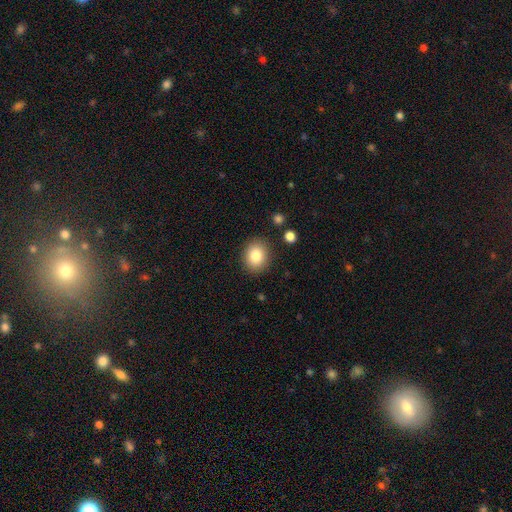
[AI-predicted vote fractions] This is clearly a smooth galaxy (83%). How rounded: likely round (62%). Merging: clearly none (88%).